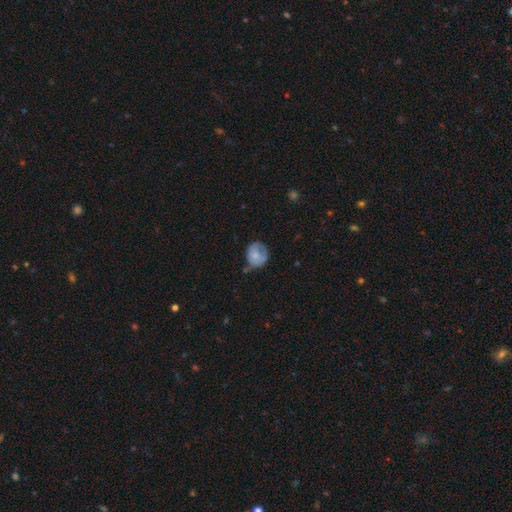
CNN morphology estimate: smooth 67%, featured or disk 26%, star or artifact 7%. Down the decision tree: how rounded — round (69%); merging — none (44%).